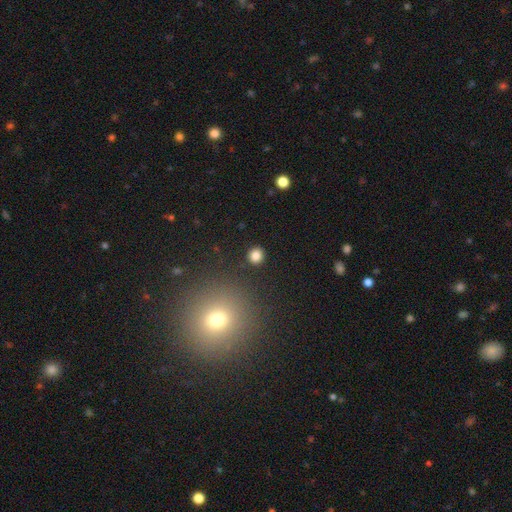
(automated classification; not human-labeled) The model was most divided on "smooth or featured": smooth: 84%, star or artifact: 12%, featured or disk: 4%. More confident: merging — none (91%); how rounded — round (90%).